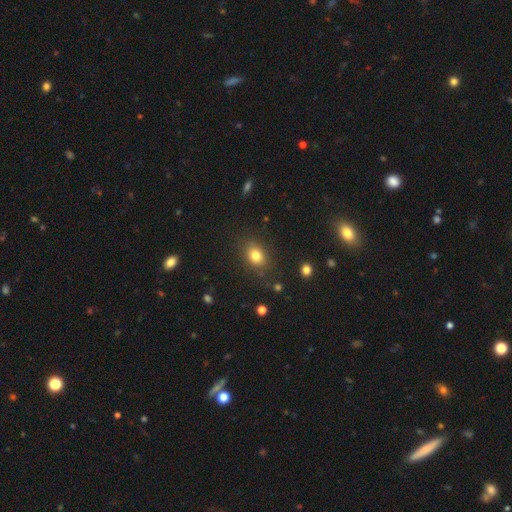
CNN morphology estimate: Smooth or featured: smooth — 81% (star or artifact — 12%)
How rounded: in between — 56% (round — 43%)
Merging: none — 82% (minor disturbance — 12%)